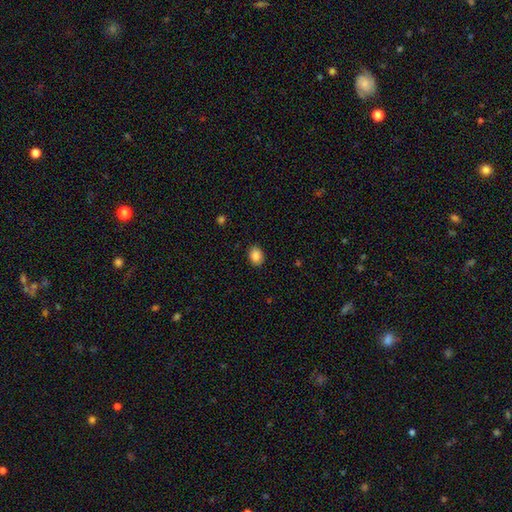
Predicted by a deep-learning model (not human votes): smooth-or-featured: smooth: 87% | star or artifact: 8% | featured or disk: 5%
  how-rounded: in between: 67% | round: 32% | cigar-shaped: 1%
  merging: none: 88% | minor disturbance: 8% | major disturbance: 2% | merger: 1%